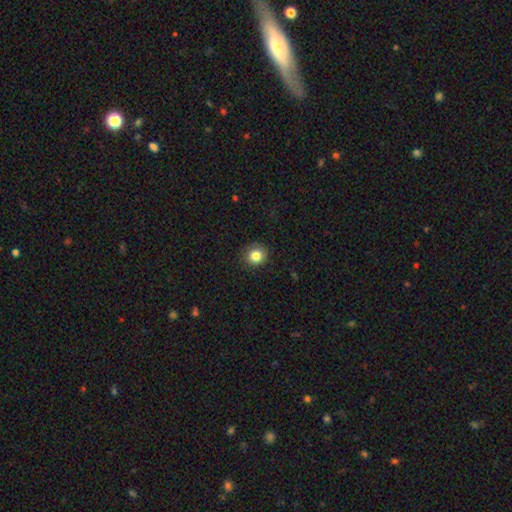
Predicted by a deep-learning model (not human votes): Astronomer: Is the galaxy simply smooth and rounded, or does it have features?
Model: smooth — 84%.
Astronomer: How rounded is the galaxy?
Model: round — 89%.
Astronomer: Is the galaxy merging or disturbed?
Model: none — 89%.